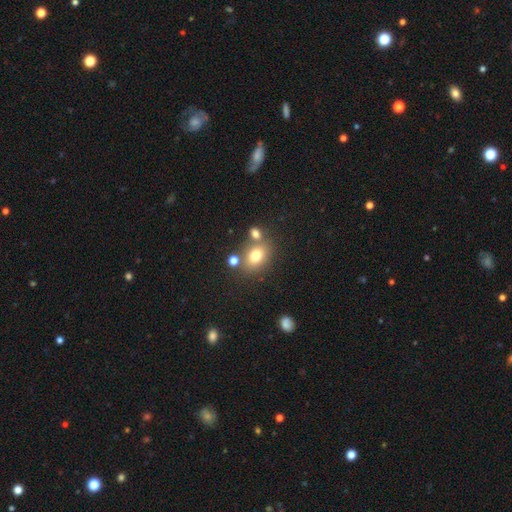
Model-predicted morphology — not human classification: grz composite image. It shows a smooth galaxy with no disk features (76%) that is in between round and cigar-shaped (65%). Merging: none (62%).